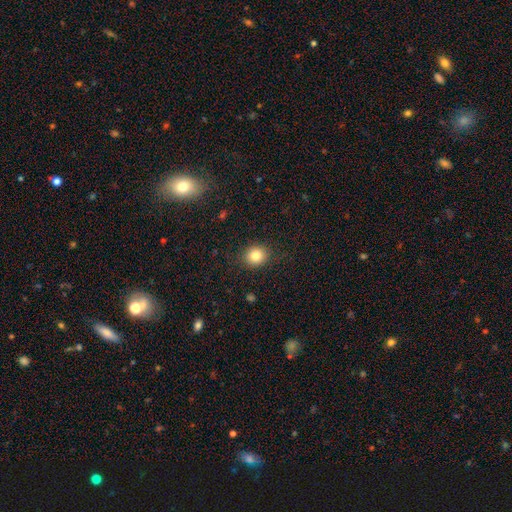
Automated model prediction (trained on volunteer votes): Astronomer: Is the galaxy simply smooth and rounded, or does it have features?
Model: smooth — 83%.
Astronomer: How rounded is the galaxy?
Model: round — 74%.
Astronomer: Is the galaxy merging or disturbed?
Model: none — 88%.